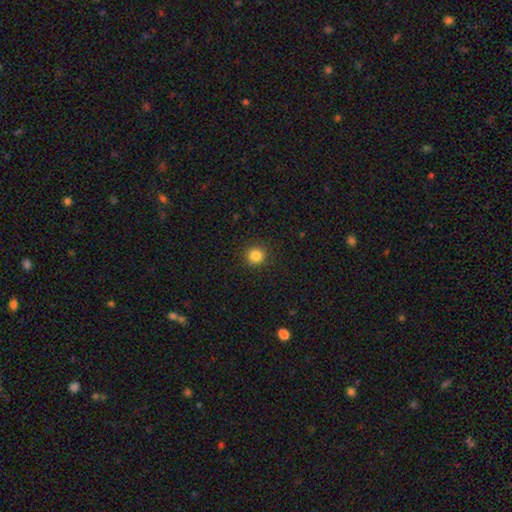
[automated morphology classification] A smooth galaxy with no disk features (84%) that is round (94%).

Vote fractions:
- Smooth or featured? smooth: 84% / star or artifact: 12% / featured or disk: 5%
- How rounded? round: 94% / in between: 5% / cigar-shaped: 1%
- Merging? none: 92% / minor disturbance: 6% / major disturbance: 2% / merger: 1%